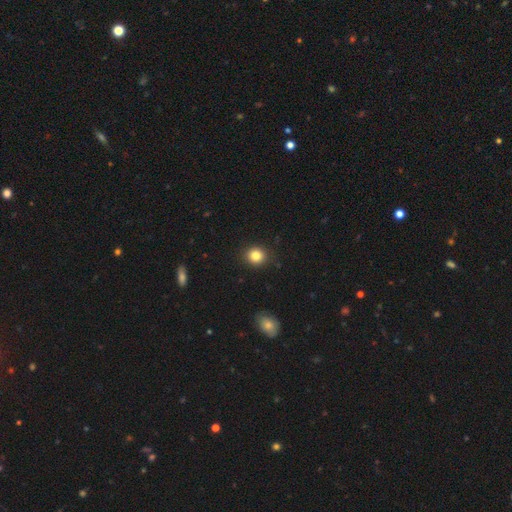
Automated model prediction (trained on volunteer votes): Overall: smooth (84%). How rounded: round (85%). Merging: none (90%).